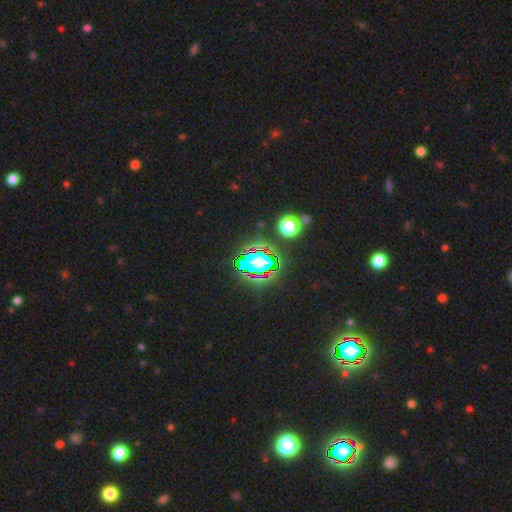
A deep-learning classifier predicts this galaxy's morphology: This is likely a star or artifact rather than a galaxy (76%).